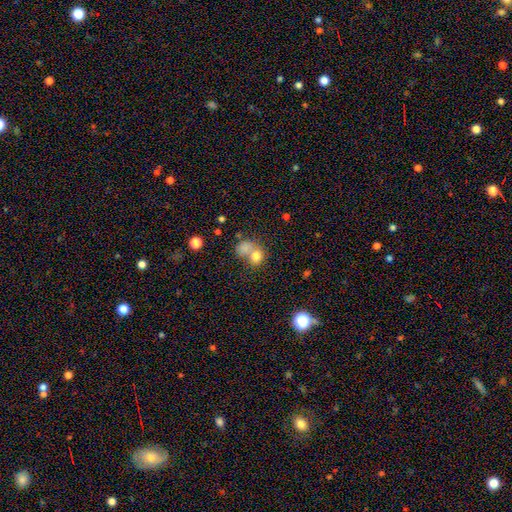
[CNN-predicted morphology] Q: Smooth or featured?
A: smooth (75%); runner-up: featured or disk (13%)
Q: How rounded?
A: round (58%); runner-up: in between (41%)
Q: Merging?
A: merger (55%); runner-up: none (31%)